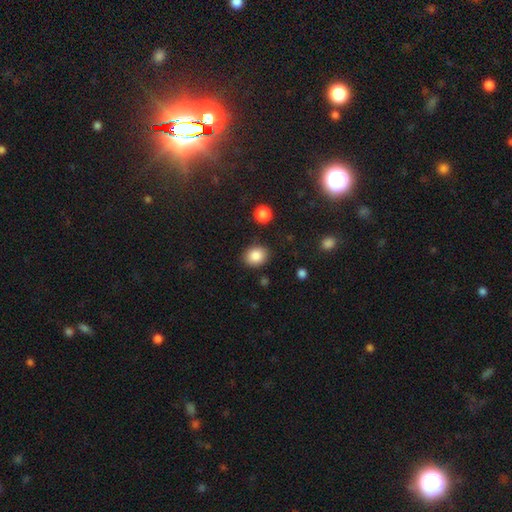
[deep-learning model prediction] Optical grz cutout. It shows a smooth galaxy with no disk features (86%) that is round (55%). Merging: none (85%).